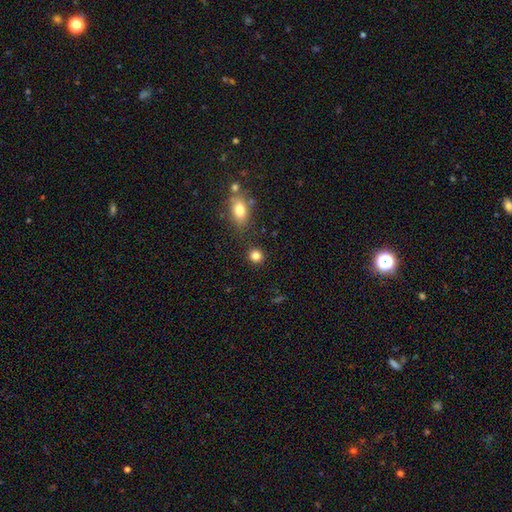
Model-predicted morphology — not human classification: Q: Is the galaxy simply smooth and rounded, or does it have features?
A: smooth — 85%.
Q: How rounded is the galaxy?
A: round — 83%.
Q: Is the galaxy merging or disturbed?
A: none — 86%.